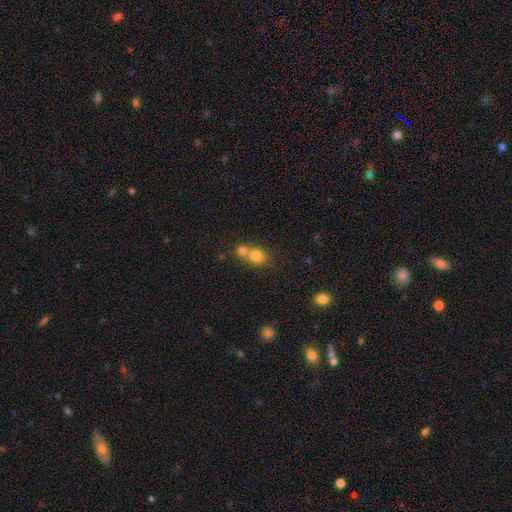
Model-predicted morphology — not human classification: smooth 78%, star or artifact 12%, featured or disk 10%. Down the decision tree: how rounded — round (77%); merging — merger (51%).